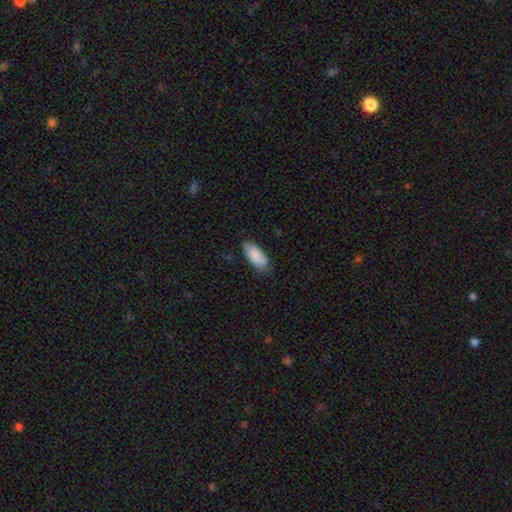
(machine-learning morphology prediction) type=smooth (88%); roundness=in between (88%); merging=none (77%).